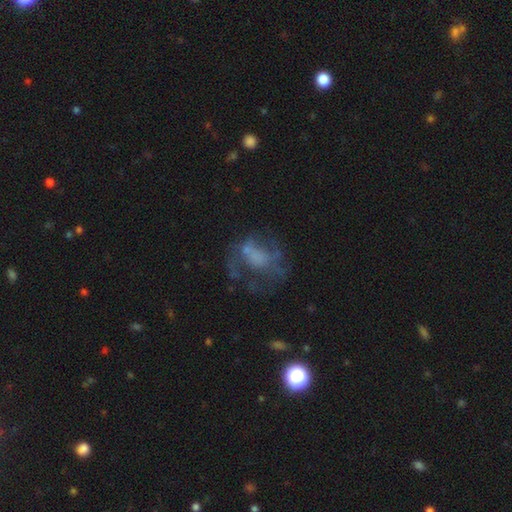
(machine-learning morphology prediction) A featured or disk galaxy (53%) with no bar (78%), no spiral arms (65%) and no central bulge (51%). Merging: none (44%).